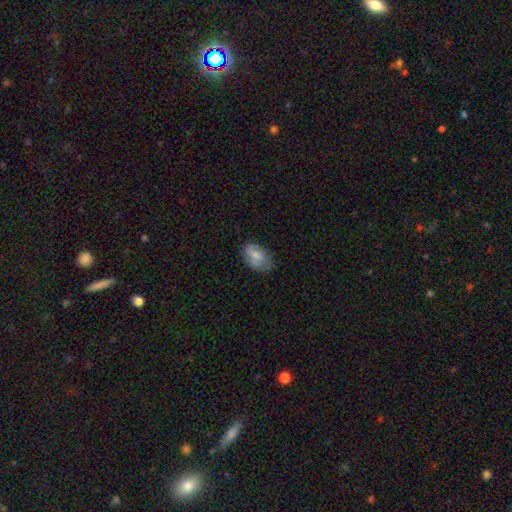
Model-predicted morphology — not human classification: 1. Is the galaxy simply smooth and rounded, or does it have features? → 70% smooth, 23% featured or disk, 7% star or artifact.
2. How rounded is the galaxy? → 88% in between, 10% round, 1% cigar-shaped.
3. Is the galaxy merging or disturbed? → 64% none, 27% minor disturbance, 7% major disturbance, 2% merger.